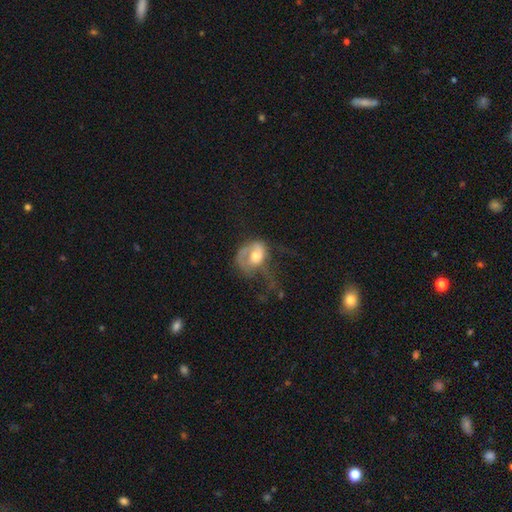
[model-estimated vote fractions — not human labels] Smooth or featured? smooth (47%)
Merging? major disturbance (55%)